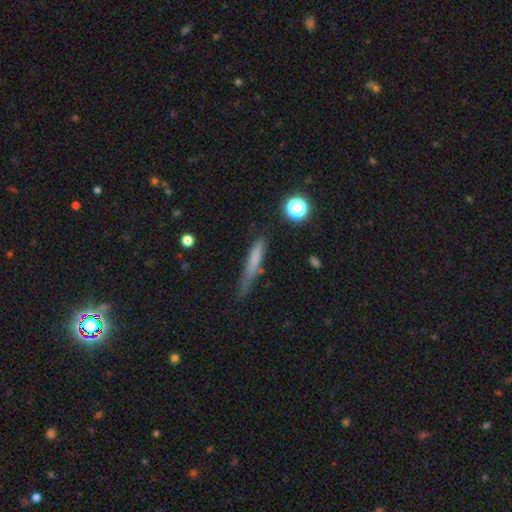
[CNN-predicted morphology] Smooth or featured?
  - smooth: 63% *
  - featured or disk: 25%
  - star or artifact: 11%
How rounded?
  - cigar-shaped: 90% *
  - in between: 7%
  - round: 3%
Merging?
  - none: 61% *
  - minor disturbance: 27%
  - major disturbance: 9%
  - merger: 4%